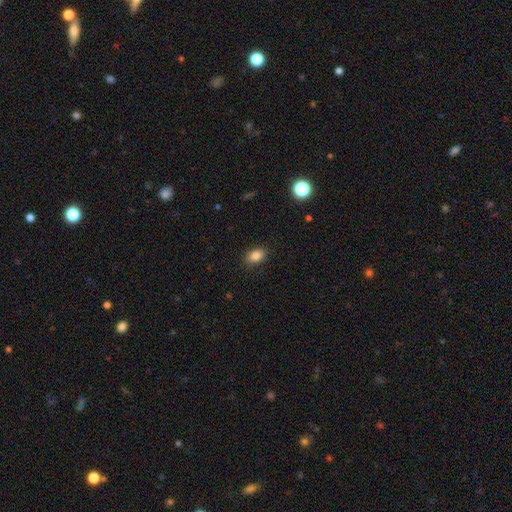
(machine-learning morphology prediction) smooth 84%, star or artifact 10%, featured or disk 6%. Down the decision tree: how rounded — in between (83%); merging — none (87%).